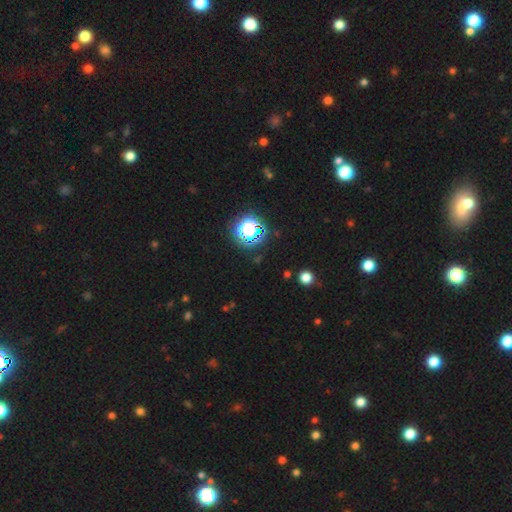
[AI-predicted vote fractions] Smooth or featured: star or artifact — 76% (smooth — 17%)